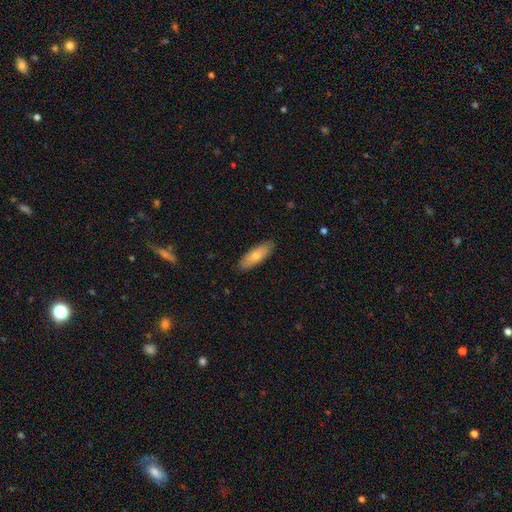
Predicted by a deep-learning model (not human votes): Q: Smooth or featured?
A: smooth (74%); runner-up: featured or disk (21%)
Q: How rounded?
A: in between (65%); runner-up: cigar-shaped (33%)
Q: Merging?
A: none (88%); runner-up: minor disturbance (10%)